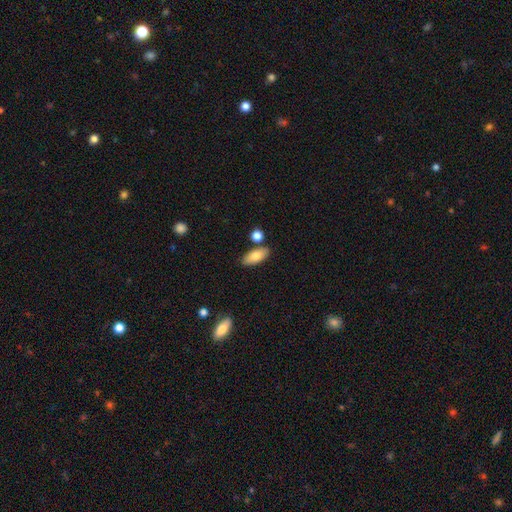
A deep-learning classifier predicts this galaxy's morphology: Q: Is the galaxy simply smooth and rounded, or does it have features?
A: smooth — 81%.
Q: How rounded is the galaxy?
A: in between — 83%.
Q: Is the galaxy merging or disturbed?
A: none — 79%.